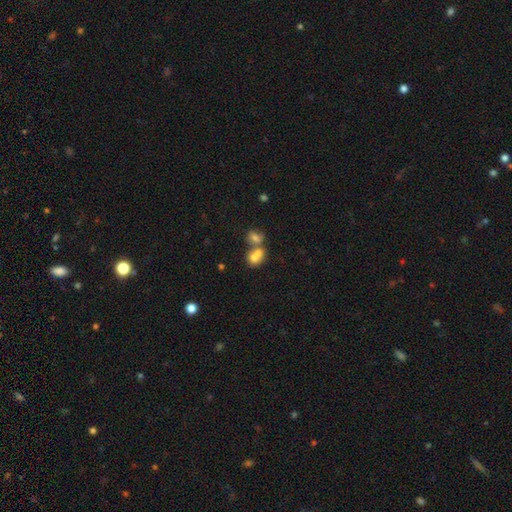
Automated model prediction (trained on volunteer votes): Smooth or featured?
  - smooth: 72% *
  - featured or disk: 17%
  - star or artifact: 11%
How rounded?
  - in between: 51% *
  - round: 47%
  - cigar-shaped: 1%
Merging?
  - merger: 68% *
  - none: 22%
  - minor disturbance: 6%
  - major disturbance: 3%